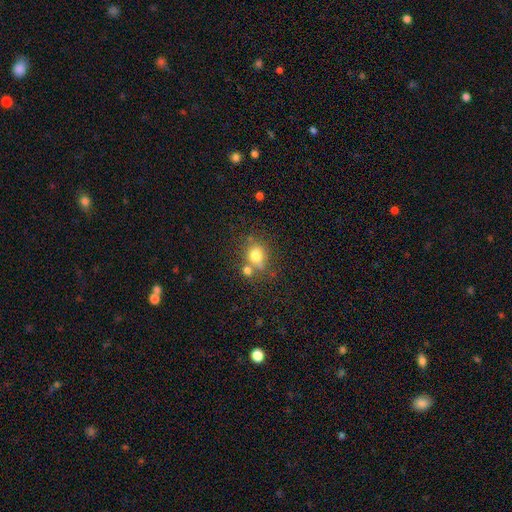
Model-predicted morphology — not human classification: smooth 75%, star or artifact 12%, featured or disk 12%. Down the decision tree: how rounded — round (72%); merging — none (54%).